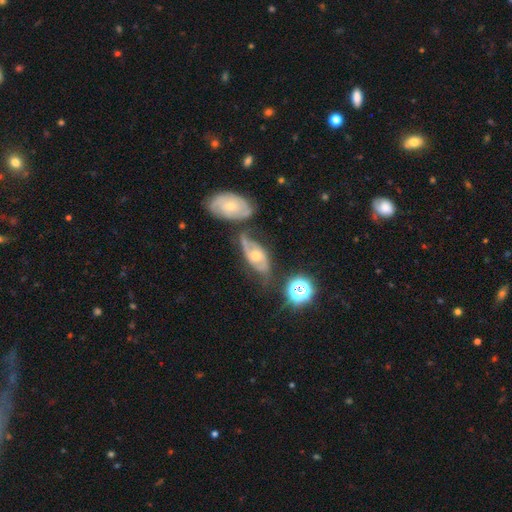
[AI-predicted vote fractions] Smooth or featured: featured or disk — 71% (smooth — 19%)
Edge-on disk: no — 93% (yes — 7%)
Bar: no — 72% (weak — 21%)
Spiral arms: yes — 82% (no — 18%)
Spiral winding: medium — 40% (tight — 37%)
Spiral arm count: 2 — 64% (can't tell — 21%)
Bulge size: moderate — 68% (small — 24%)
Merging: none — 43% (merger — 22%)